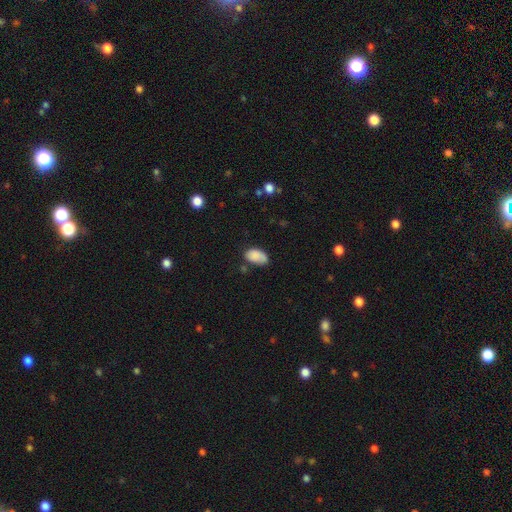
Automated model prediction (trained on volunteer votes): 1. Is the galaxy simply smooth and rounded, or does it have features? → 83% smooth, 9% featured or disk, 8% star or artifact.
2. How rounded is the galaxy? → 91% in between, 7% round, 1% cigar-shaped.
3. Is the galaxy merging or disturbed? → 53% none, 31% minor disturbance, 10% major disturbance, 7% merger.